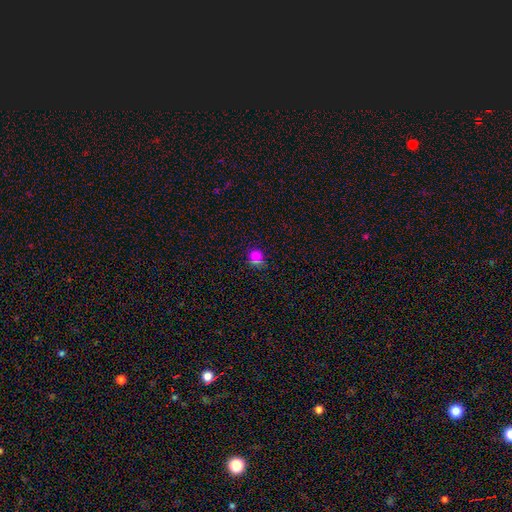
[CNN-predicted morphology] Smooth or featured: smooth — 66% (star or artifact — 28%)
How rounded: round — 85% (in between — 14%)
Merging: none — 81% (minor disturbance — 10%)